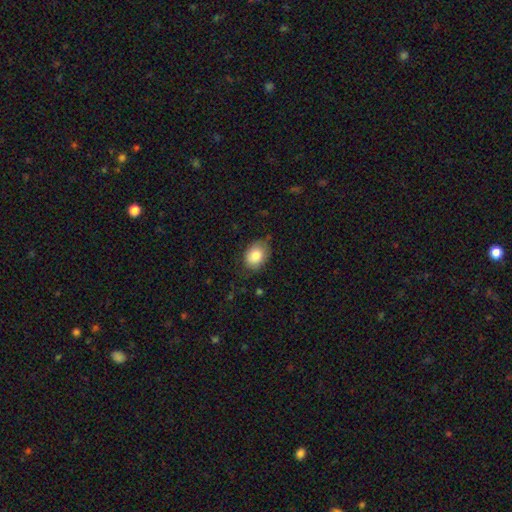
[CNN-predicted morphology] type=smooth (82%); roundness=in between (71%); merging=none (72%).